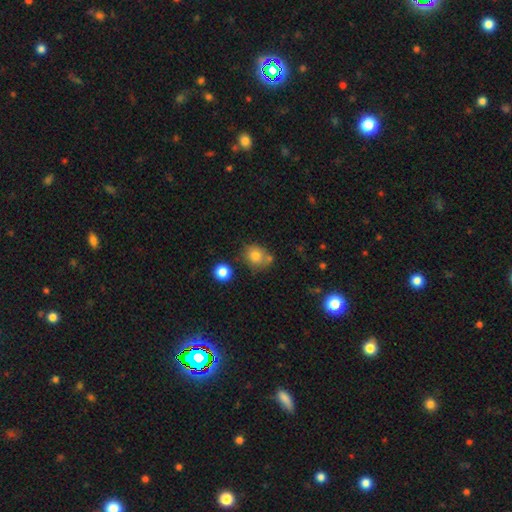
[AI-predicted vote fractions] Smooth or featured: smooth — 79% (star or artifact — 11%)
How rounded: round — 74% (in between — 25%)
Merging: none — 62% (merger — 18%)